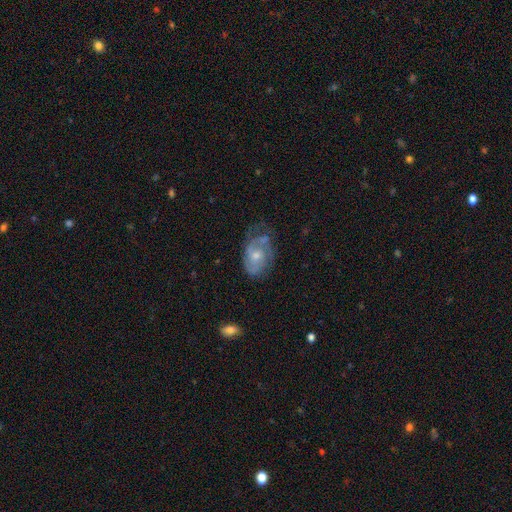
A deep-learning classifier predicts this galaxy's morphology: Smooth or featured: featured or disk — 76% (smooth — 17%)
Edge-on disk: no — 96% (yes — 4%)
Bar: no — 70% (weak — 26%)
Spiral arms: yes — 88% (no — 12%)
Spiral winding: tight — 49% (medium — 38%)
Spiral arm count: 2 — 48% (can't tell — 27%)
Bulge size: moderate — 50% (small — 44%)
Merging: none — 55% (minor disturbance — 27%)